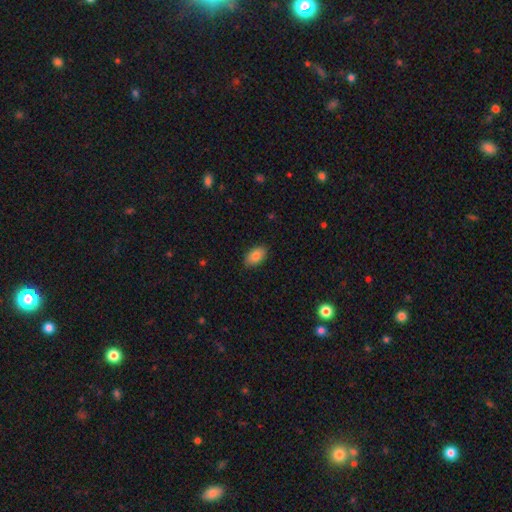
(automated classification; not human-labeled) smooth 84%, featured or disk 9%, star or artifact 7%. Down the decision tree: how rounded — in between (92%); merging — none (87%).